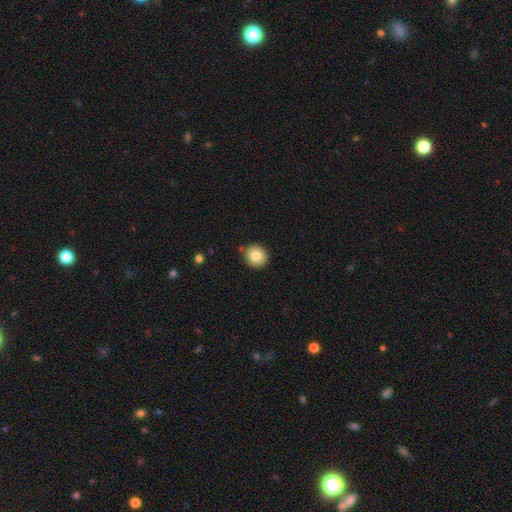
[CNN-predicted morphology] Smooth or featured?
  - smooth: 81% *
  - featured or disk: 10%
  - star or artifact: 9%
How rounded?
  - round: 90% *
  - in between: 9%
  - cigar-shaped: 1%
Merging?
  - none: 87% *
  - minor disturbance: 8%
  - merger: 3%
  - major disturbance: 2%